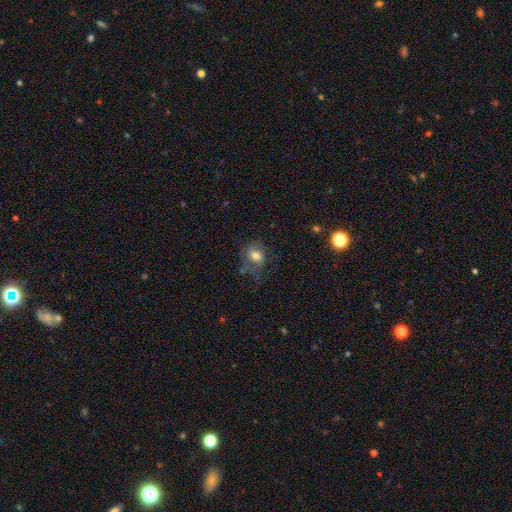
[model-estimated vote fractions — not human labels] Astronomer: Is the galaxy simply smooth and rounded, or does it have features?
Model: smooth — 59%.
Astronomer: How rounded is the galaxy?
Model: in between — 50% (runner-up: round, 48%).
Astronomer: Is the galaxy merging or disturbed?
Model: none — 47% (runner-up: minor disturbance, 28%).